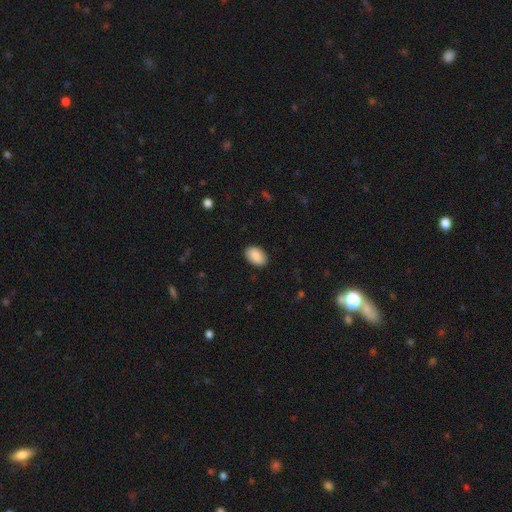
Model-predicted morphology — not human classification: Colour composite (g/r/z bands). It shows a smooth galaxy with no disk features (90%) that is in between round and cigar-shaped (91%). Merging: none (89%).